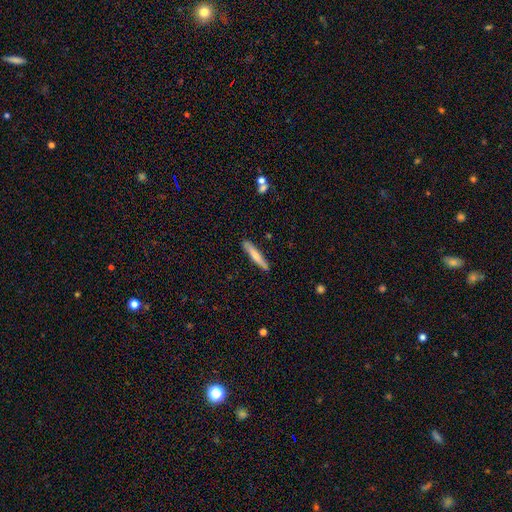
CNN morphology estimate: Q: Smooth or featured?
A: smooth (67%); runner-up: featured or disk (27%)
Q: How rounded?
A: cigar-shaped (93%); runner-up: in between (6%)
Q: Merging?
A: none (87%); runner-up: minor disturbance (9%)